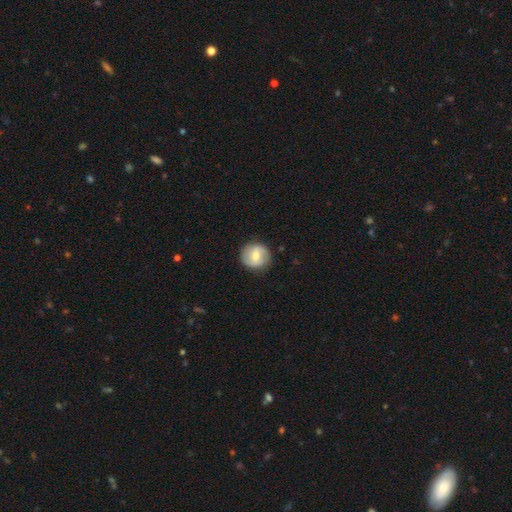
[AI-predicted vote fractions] This is possibly a smooth galaxy (49%). Merging: clearly none (87%).